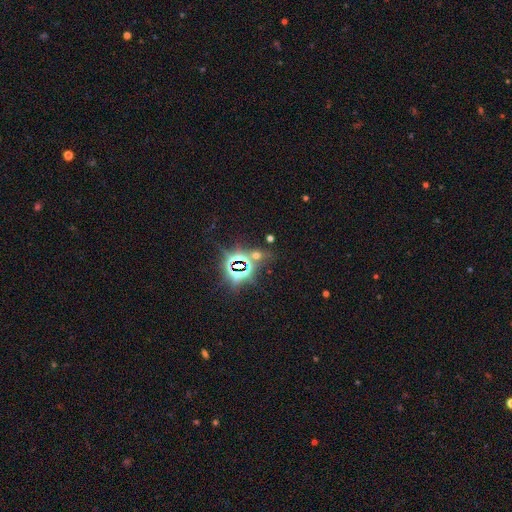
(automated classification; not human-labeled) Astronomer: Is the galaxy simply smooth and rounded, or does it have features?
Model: star or artifact — 73%.